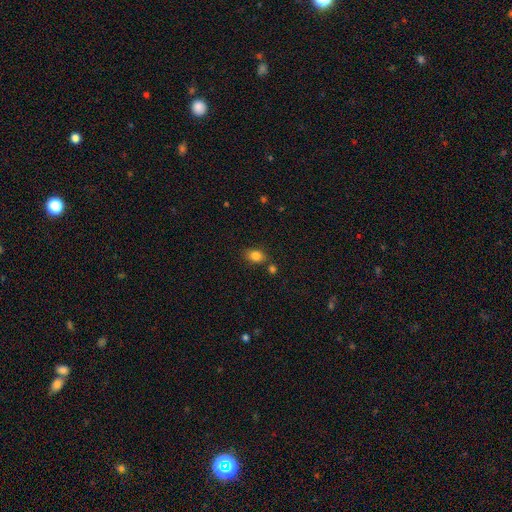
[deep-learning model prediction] smooth 83%, star or artifact 10%, featured or disk 6%. Down the decision tree: how rounded — in between (70%); merging — none (74%).